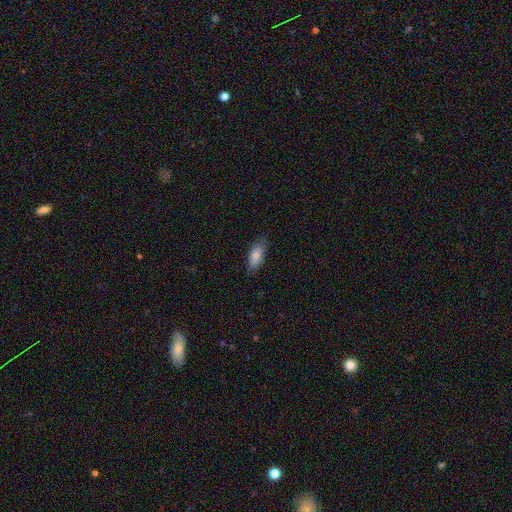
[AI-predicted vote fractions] A smooth galaxy with no disk features (86%) that is in between round and cigar-shaped (85%). Merging: none (81%).